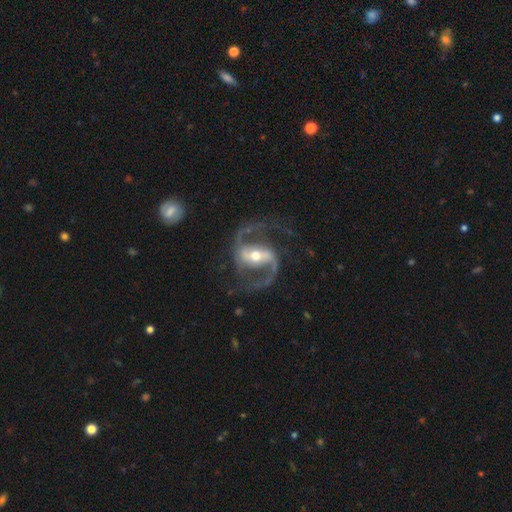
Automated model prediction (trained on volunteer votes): Overall: featured or disk (93%). Edge-on disk: no (98%). Bar: strong (51%; weak 34%). Spiral arms: yes (98%). Spiral arm count: 2 (94%). Spiral winding: medium (59%; loose 32%). Bulge size: moderate (64%; small 28%). Merging: none (78%).